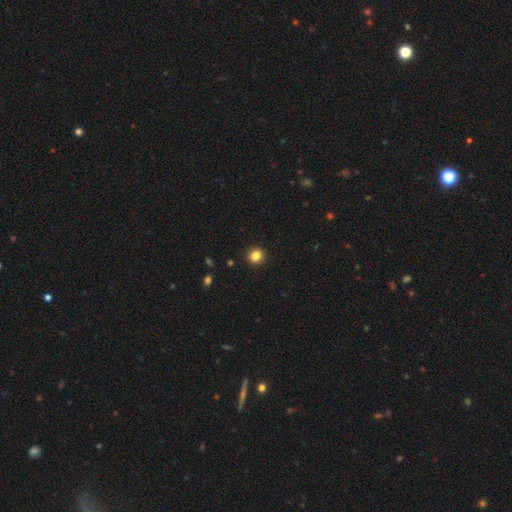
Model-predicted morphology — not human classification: This is clearly a smooth galaxy (84%). How rounded: clearly round (89%). Merging: clearly none (92%).